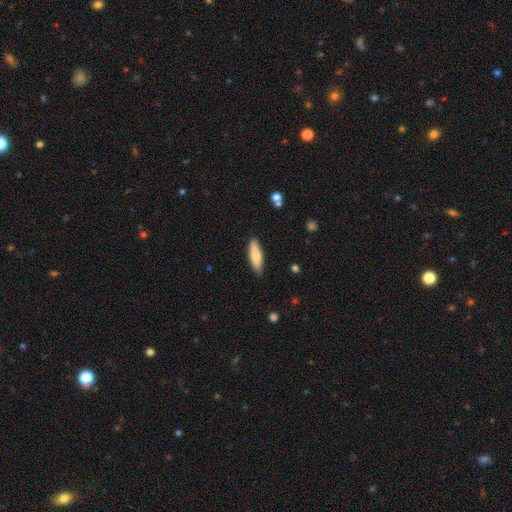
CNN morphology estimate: smooth_or_featured: smooth (p=0.73) [alt: featured or disk p=0.21]
how_rounded: cigar-shaped (p=0.58) [alt: in between p=0.40]
merging: none (p=0.87) [alt: minor disturbance p=0.10]